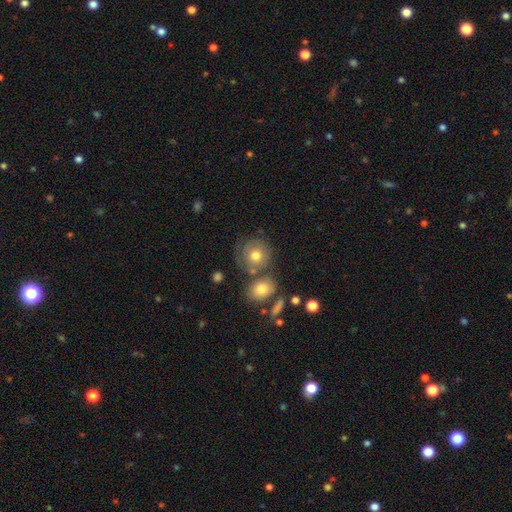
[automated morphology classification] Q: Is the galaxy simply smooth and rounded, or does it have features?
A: smooth — 70%.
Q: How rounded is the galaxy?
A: round — 86%.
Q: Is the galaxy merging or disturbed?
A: none — 62%.